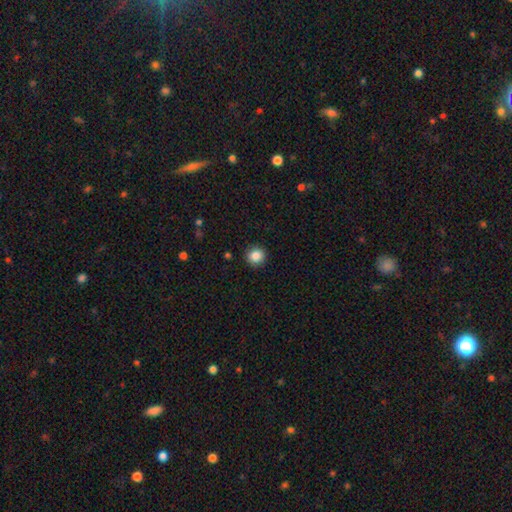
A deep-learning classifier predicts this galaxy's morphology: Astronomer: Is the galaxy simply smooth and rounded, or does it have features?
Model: smooth — 86%.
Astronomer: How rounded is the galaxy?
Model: round — 92%.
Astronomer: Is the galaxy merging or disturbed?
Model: none — 92%.